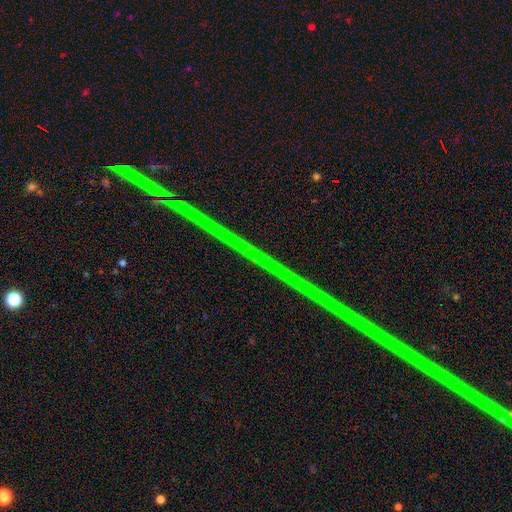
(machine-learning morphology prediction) Smooth or featured: star or artifact — 89% (featured or disk — 7%)